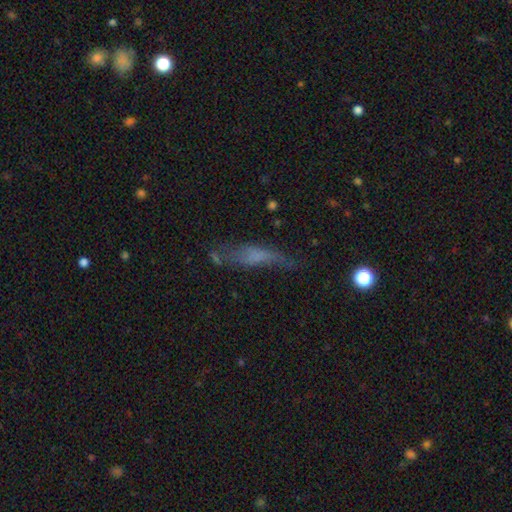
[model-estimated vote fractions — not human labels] Smooth or featured: smooth — 49% (featured or disk — 38%)
Merging: none — 47% (minor disturbance — 28%)